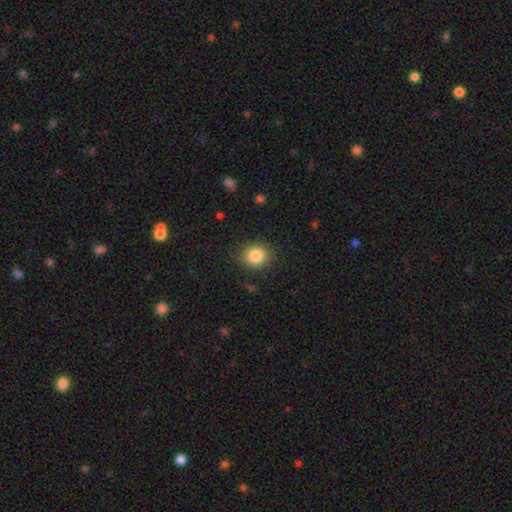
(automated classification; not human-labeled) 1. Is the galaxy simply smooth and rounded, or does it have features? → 84% smooth, 10% star or artifact, 6% featured or disk.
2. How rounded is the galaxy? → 75% round, 24% in between, 1% cigar-shaped.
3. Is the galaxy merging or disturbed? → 87% none, 9% minor disturbance, 3% major disturbance, 1% merger.